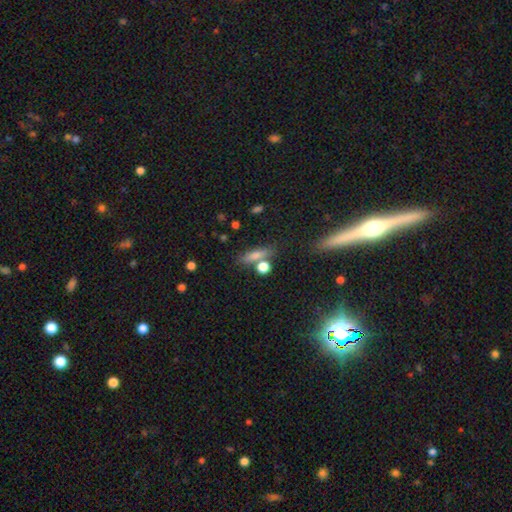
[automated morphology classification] Smooth or featured?
  - smooth: 67% *
  - featured or disk: 18%
  - star or artifact: 15%
How rounded?
  - cigar-shaped: 56% *
  - in between: 33%
  - round: 11%
Merging?
  - none: 69% *
  - merger: 14%
  - minor disturbance: 12%
  - major disturbance: 5%